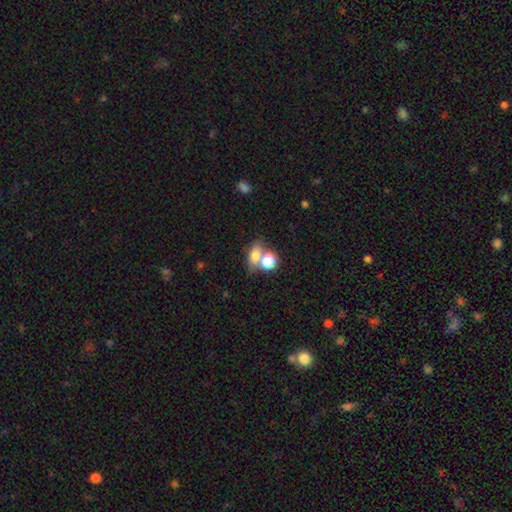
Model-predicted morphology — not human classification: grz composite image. It shows a smooth galaxy with no disk features (74%) that is in between round and cigar-shaped (62%). Merging: merger (58%).